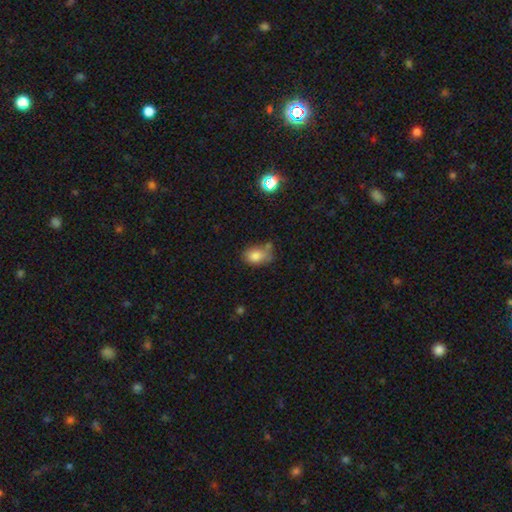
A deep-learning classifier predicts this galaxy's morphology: Smooth or featured: smooth — 80% (star or artifact — 10%)
How rounded: in between — 77% (round — 22%)
Merging: none — 52% (minor disturbance — 28%)